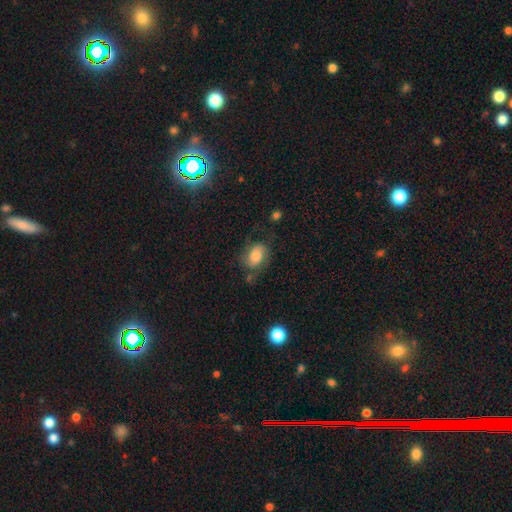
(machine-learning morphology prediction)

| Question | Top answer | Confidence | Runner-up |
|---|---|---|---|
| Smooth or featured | smooth | 58% | featured or disk (32%) |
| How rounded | in between | 76% | round (22%) |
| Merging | none | 55% | minor disturbance (25%) |